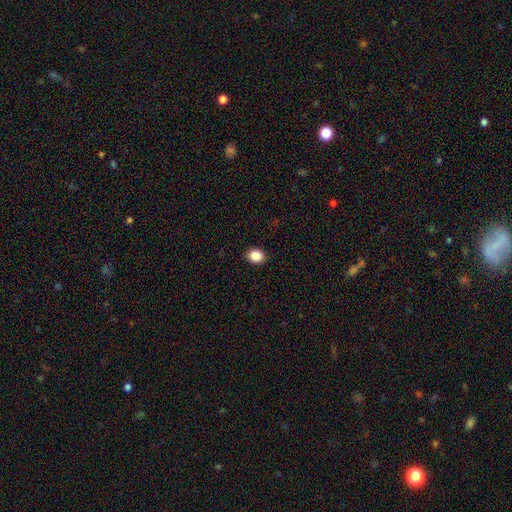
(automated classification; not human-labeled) Smooth or featured?
  - smooth: 87% *
  - star or artifact: 9%
  - featured or disk: 4%
How rounded?
  - round: 52% *
  - in between: 47%
  - cigar-shaped: 1%
Merging?
  - none: 91% *
  - minor disturbance: 6%
  - major disturbance: 2%
  - merger: 1%